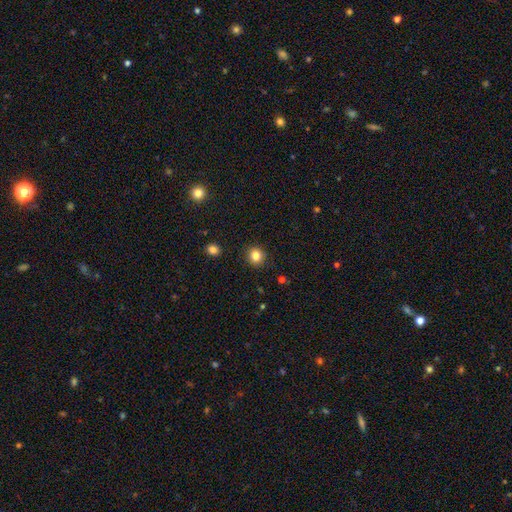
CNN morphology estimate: type=smooth (83%); roundness=round (87%); merging=none (91%).